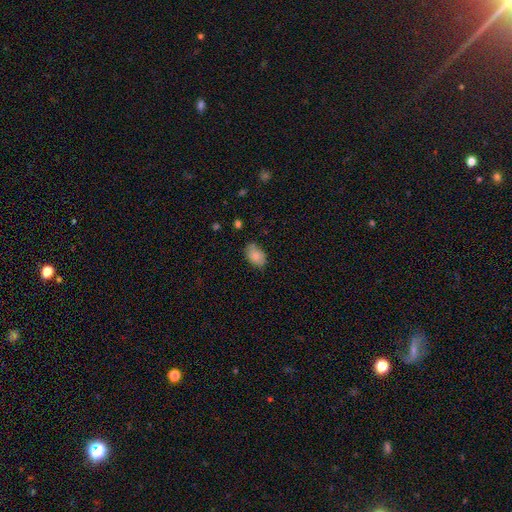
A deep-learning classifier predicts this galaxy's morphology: This is clearly a smooth galaxy (83%). How rounded: clearly in between (90%). Merging: likely none (73%).